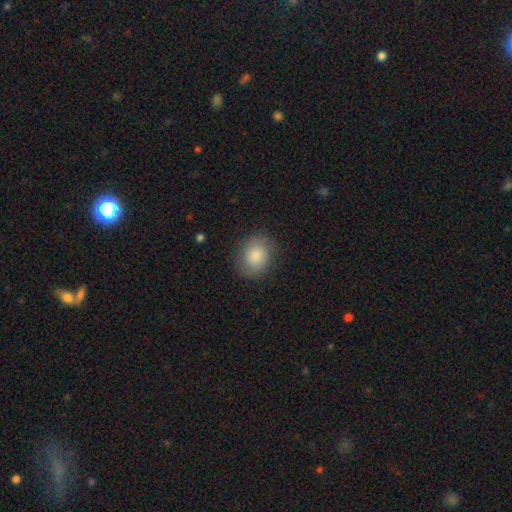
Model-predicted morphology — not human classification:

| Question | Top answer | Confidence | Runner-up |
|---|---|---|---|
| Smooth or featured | smooth | 82% | featured or disk (11%) |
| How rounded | round | 57% | in between (42%) |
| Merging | none | 82% | minor disturbance (13%) |